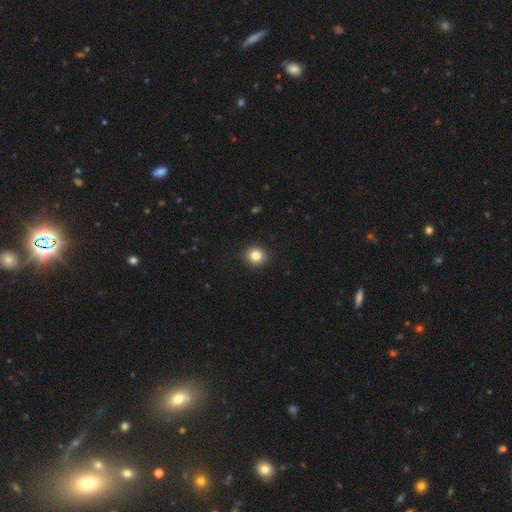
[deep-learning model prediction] This is clearly a smooth galaxy (84%). How rounded: clearly round (88%). Merging: clearly none (92%).